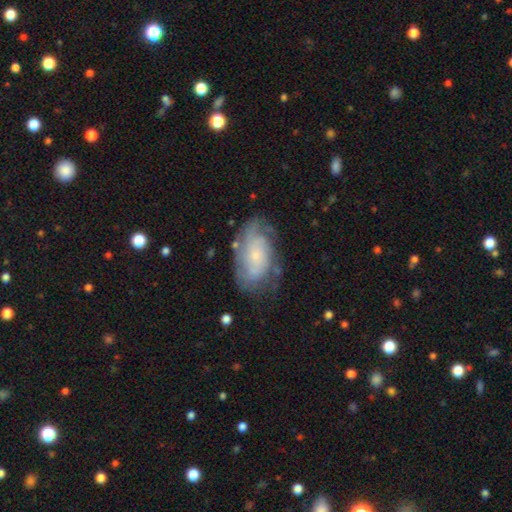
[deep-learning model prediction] Morphology: type=featured or disk (69%); edge-on=no (95%); bar=no (75%); spiral arms=yes (88%); winding=tight (52%); arm count=can't tell (44%); bulge=small (70%); merging=none (62%).